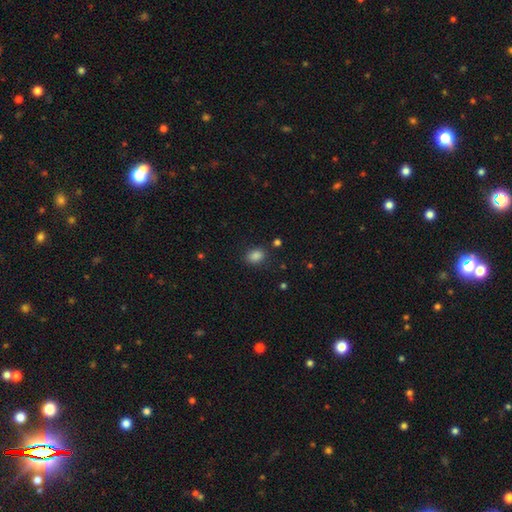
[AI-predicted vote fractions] Smooth or featured: smooth — 85% (star or artifact — 11%)
How rounded: in between — 72% (round — 27%)
Merging: none — 84% (minor disturbance — 11%)